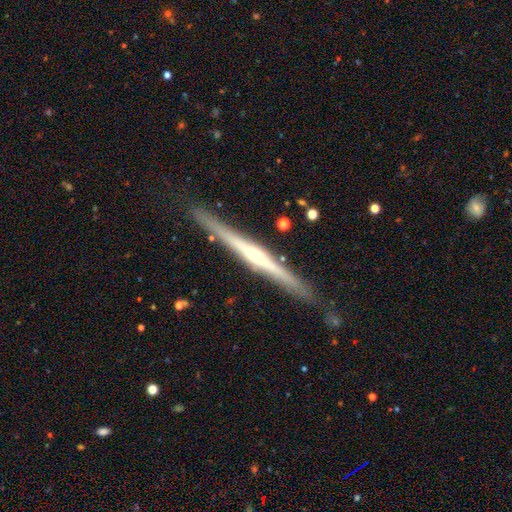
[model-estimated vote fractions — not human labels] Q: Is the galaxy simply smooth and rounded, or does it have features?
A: featured or disk — 81%.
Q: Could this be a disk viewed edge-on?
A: yes — 98%.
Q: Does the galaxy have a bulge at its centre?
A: rounded — 72%.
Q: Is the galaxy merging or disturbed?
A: none — 88%.